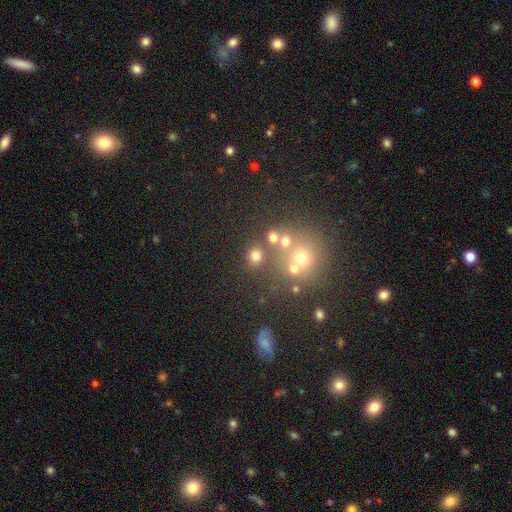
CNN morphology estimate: Smooth or featured?
  - smooth: 71% *
  - star or artifact: 19%
  - featured or disk: 10%
How rounded?
  - round: 77% *
  - in between: 21%
  - cigar-shaped: 1%
Merging?
  - none: 74% *
  - merger: 12%
  - minor disturbance: 9%
  - major disturbance: 5%